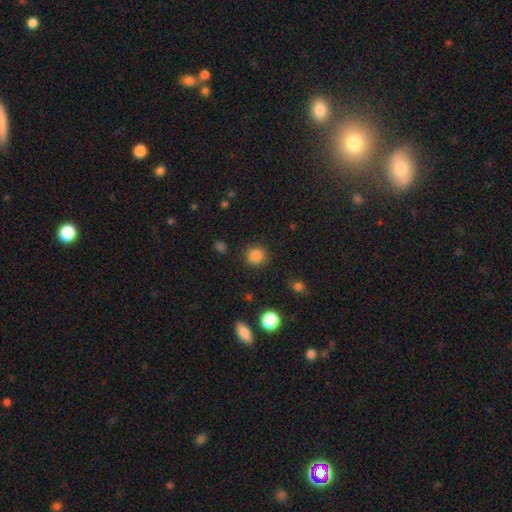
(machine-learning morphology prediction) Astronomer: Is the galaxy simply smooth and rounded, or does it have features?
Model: smooth — 85%.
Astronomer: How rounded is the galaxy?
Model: round — 92%.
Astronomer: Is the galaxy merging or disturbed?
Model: none — 90%.